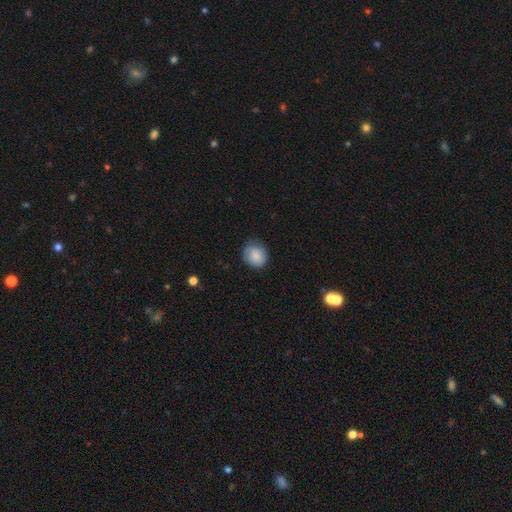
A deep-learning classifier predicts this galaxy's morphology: Smooth or featured: smooth — 82% (featured or disk — 11%)
How rounded: round — 74% (in between — 25%)
Merging: none — 70% (minor disturbance — 24%)